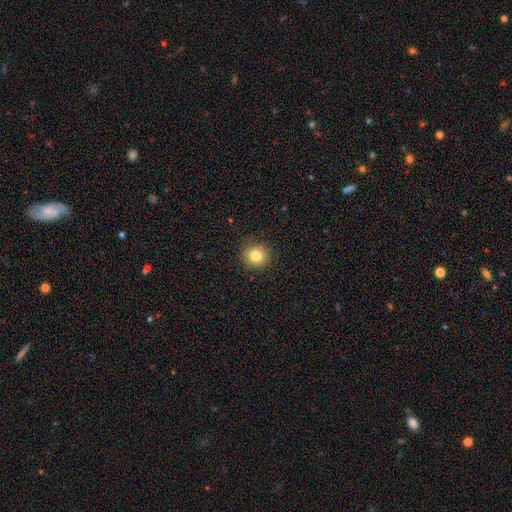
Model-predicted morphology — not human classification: smooth_or_featured: smooth (p=0.82) [alt: star or artifact p=0.11]
how_rounded: round (p=0.91) [alt: in between p=0.09]
merging: none (p=0.89) [alt: minor disturbance p=0.08]